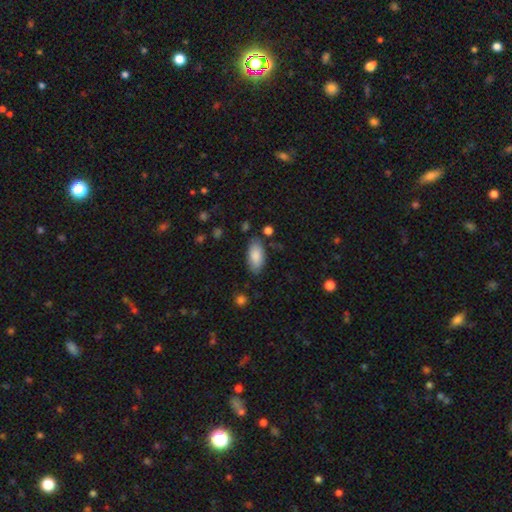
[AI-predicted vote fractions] smooth 85%, featured or disk 9%, star or artifact 6%. Down the decision tree: how rounded — in between (92%); merging — none (80%).